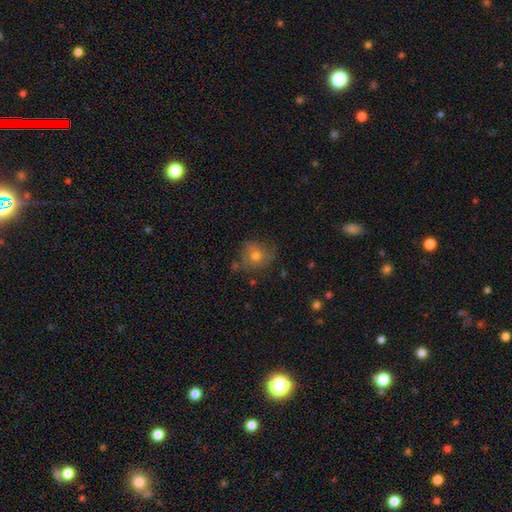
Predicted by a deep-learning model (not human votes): Overall: smooth (60%; featured or disk 25%). How rounded: round (81%). Merging: none (69%).